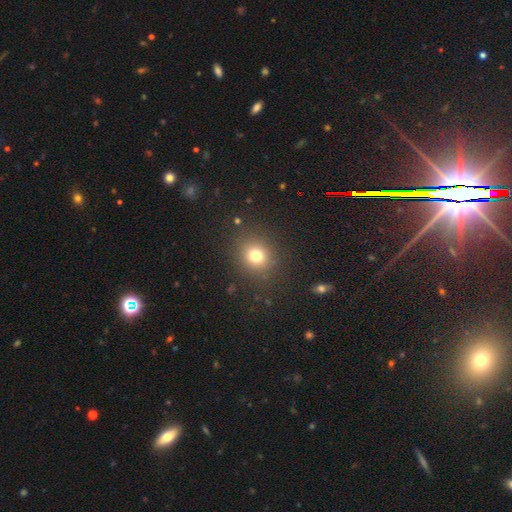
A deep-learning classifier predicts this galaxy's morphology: smooth-or-featured: smooth: 76% | star or artifact: 16% | featured or disk: 8%
  how-rounded: round: 83% | in between: 17% | cigar-shaped: 1%
  merging: none: 86% | minor disturbance: 8% | major disturbance: 4% | merger: 2%